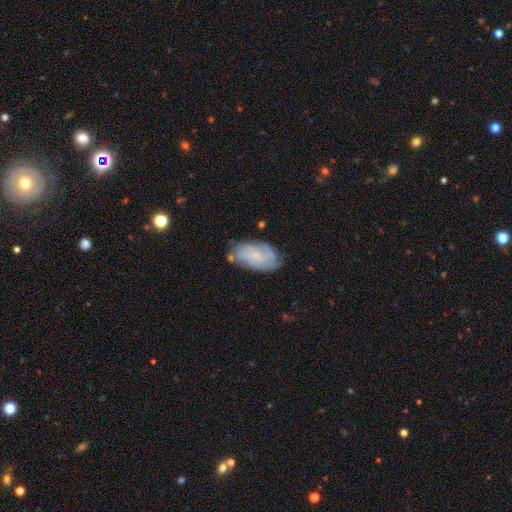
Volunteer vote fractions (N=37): featured or disk 73%, smooth 22%, star or artifact 5%. Down the decision tree: edge-on disk — no (100%); bar — no (78%); spiral arms — yes (89%); spiral arm count — can't tell (62%); spiral winding — tight (75%); bulge size — small (78%); merging — none (83%).